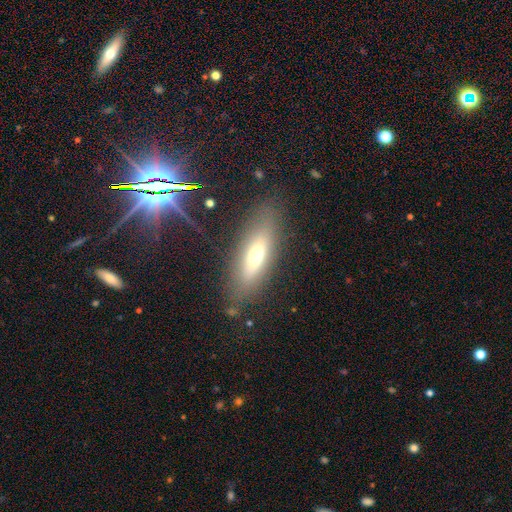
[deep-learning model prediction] Smooth or featured? Predicted: smooth (p=0.59). How rounded? Predicted: in between (p=0.57). Merging? Predicted: none (p=0.81).